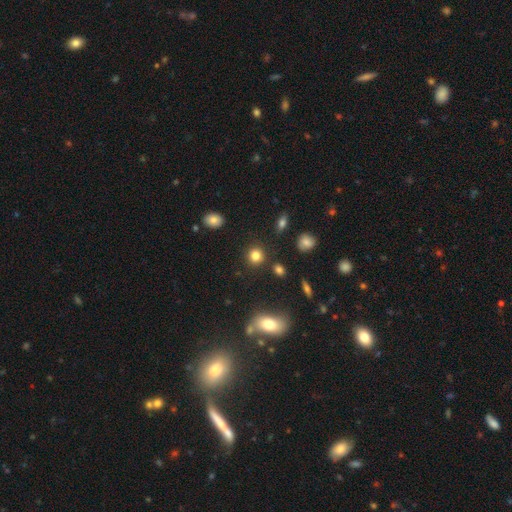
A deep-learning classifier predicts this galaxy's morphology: smooth 83%, star or artifact 12%, featured or disk 6%. Down the decision tree: how rounded — round (89%); merging — none (88%).